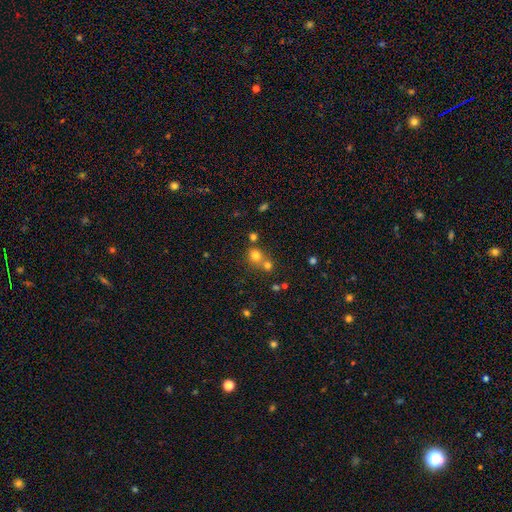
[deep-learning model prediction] smooth 73%, star or artifact 18%, featured or disk 9%. Down the decision tree: how rounded — round (82%); merging — none (50%).